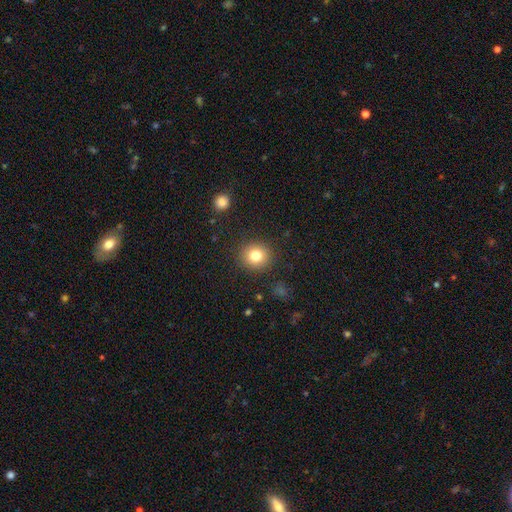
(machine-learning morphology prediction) Overall: smooth (80%). How rounded: round (88%). Merging: none (89%).